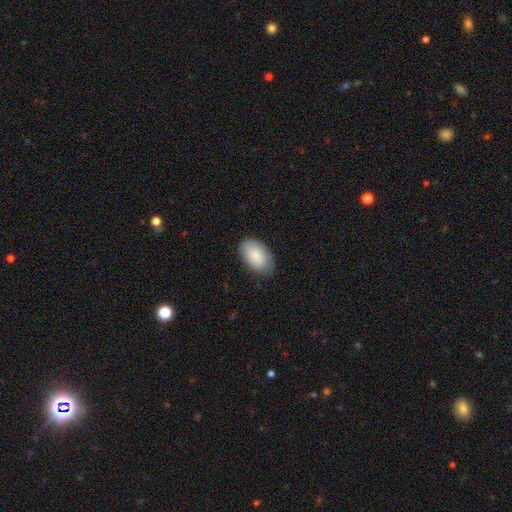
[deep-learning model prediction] The model was most divided on "merging": none: 77%, minor disturbance: 18%, major disturbance: 4%, merger: 1%. More confident: how rounded — in between (94%); smooth or featured — smooth (85%).